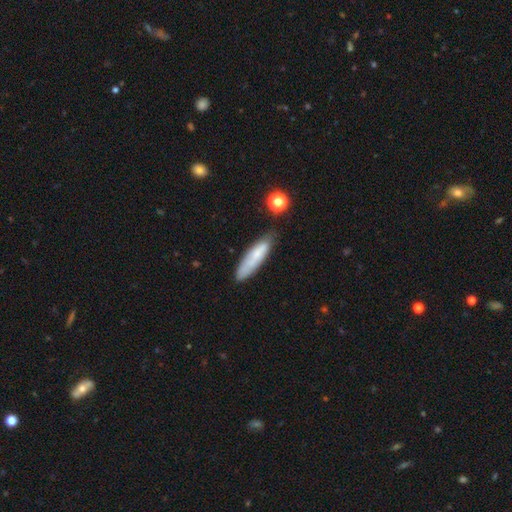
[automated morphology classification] This appears to be a smooth galaxy with no disk features (66%) that is cigar-shaped (70%). Merging: none (70%).